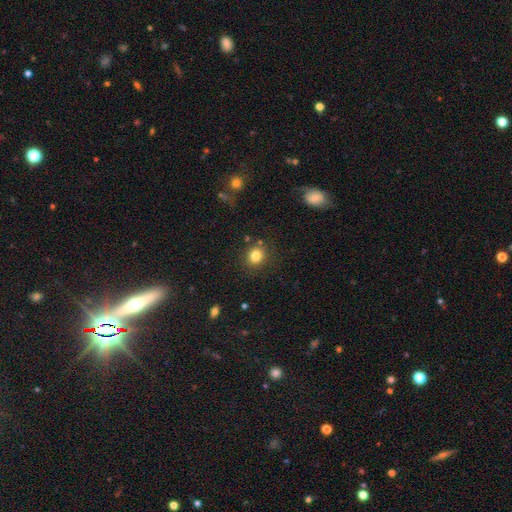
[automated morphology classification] This appears to be a smooth galaxy with no disk features (82%) that is round (80%). Merging: none (85%).